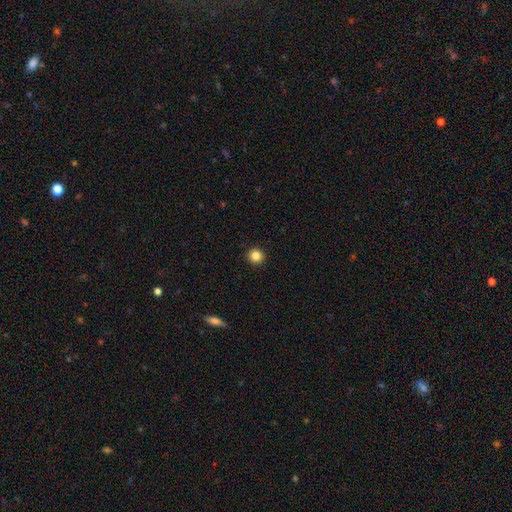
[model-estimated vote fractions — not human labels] The model was most divided on "smooth or featured": smooth: 85%, star or artifact: 11%, featured or disk: 4%. More confident: how rounded — round (94%); merging — none (93%).